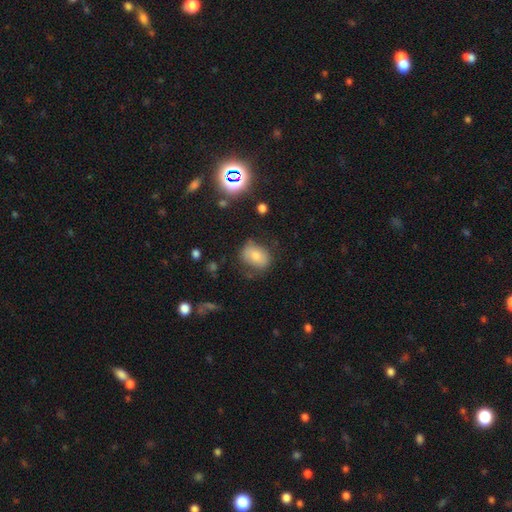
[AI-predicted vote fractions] The model was most divided on "how rounded": in between: 67%, round: 32%, cigar-shaped: 1%. More confident: smooth or featured — smooth (70%); merging — none (62%).